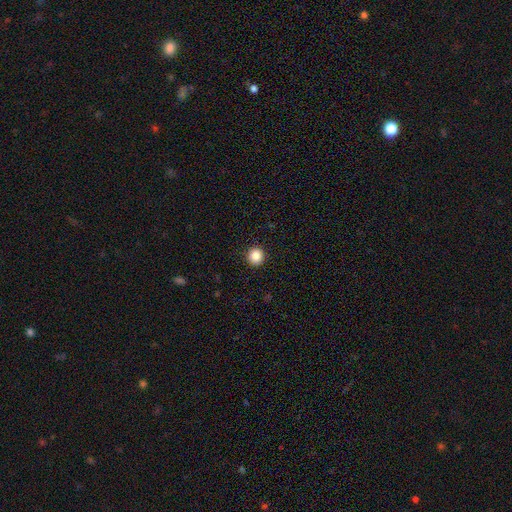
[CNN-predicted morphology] Smooth or featured? Predicted: smooth (p=0.87). How rounded? Predicted: round (p=0.92). Merging? Predicted: none (p=0.92).